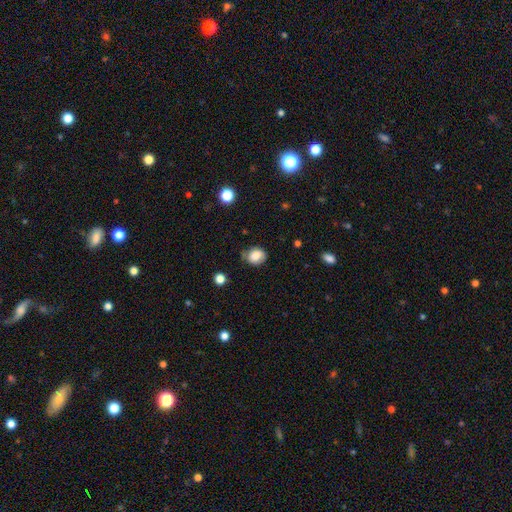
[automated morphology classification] smooth 78%, featured or disk 13%, star or artifact 10%. Down the decision tree: how rounded — round (58%); merging — none (62%).